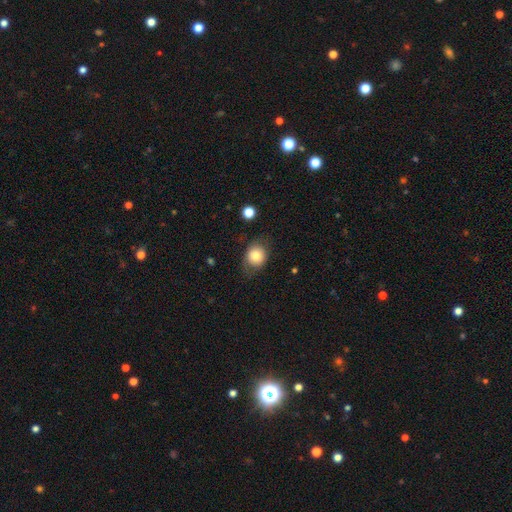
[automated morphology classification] smooth 75%, featured or disk 16%, star or artifact 9%. Down the decision tree: how rounded — round (66%); merging — none (69%).